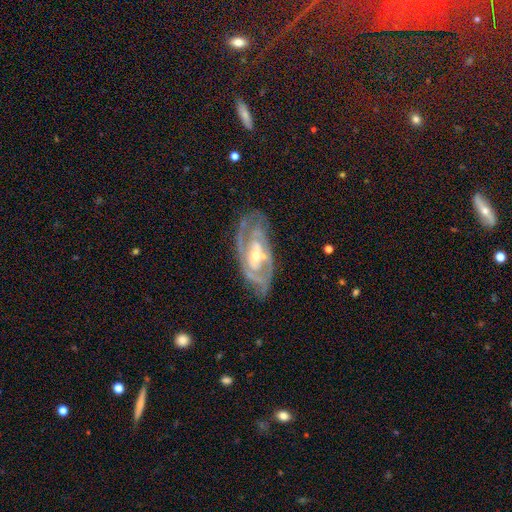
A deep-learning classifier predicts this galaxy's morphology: The model was most divided on "bar": no: 44%, weak: 36%, strong: 20%. Remaining: edge-on disk — no (94%); spiral arms — yes (92%); smooth or featured — featured or disk (87%); merging — none (68%); bulge size — small (56%); spiral winding — tight (54%); spiral arm count — 2 (48%).